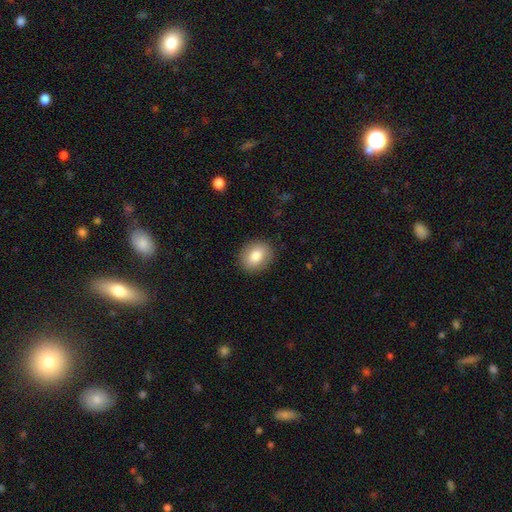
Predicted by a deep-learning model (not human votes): smooth 82%, featured or disk 11%, star or artifact 8%. Down the decision tree: how rounded — round (54%); merging — none (88%).